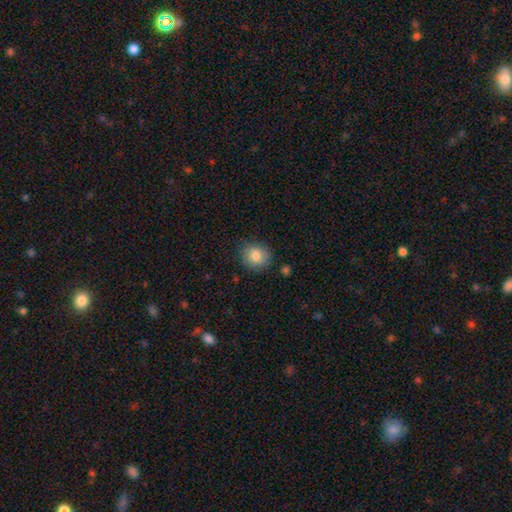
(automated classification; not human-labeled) Smooth or featured: smooth — 83% (featured or disk — 9%)
How rounded: round — 73% (in between — 26%)
Merging: none — 81% (minor disturbance — 14%)